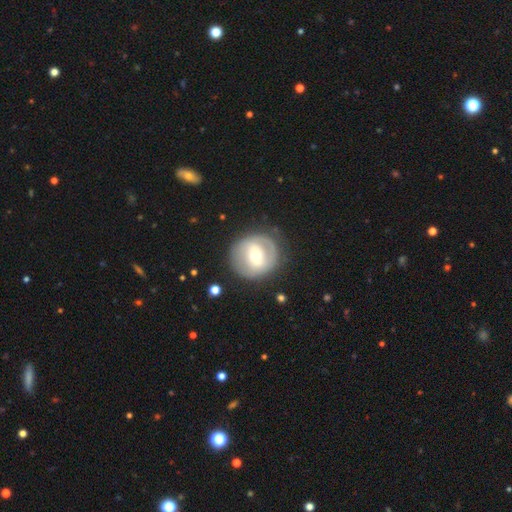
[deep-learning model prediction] A featured or disk galaxy (55%) with a weak bar (39%), no spiral arms (54%) and a moderate central bulge (65%). Merging: none (80%).